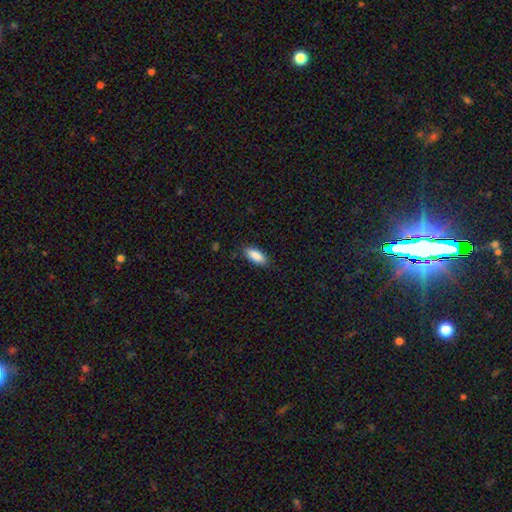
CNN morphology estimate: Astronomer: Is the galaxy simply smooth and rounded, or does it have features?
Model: smooth — 89%.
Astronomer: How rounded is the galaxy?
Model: in between — 81%.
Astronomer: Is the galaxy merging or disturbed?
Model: none — 86%.